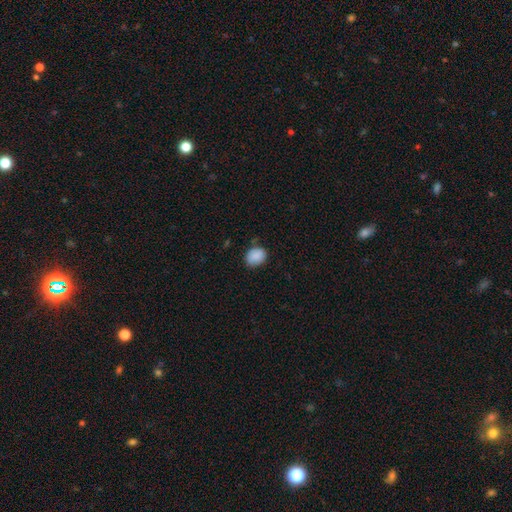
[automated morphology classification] smooth-or-featured: smooth: 88% | star or artifact: 8% | featured or disk: 4%
  how-rounded: in between: 55% | round: 44% | cigar-shaped: 1%
  merging: none: 72% | minor disturbance: 22% | major disturbance: 4% | merger: 2%